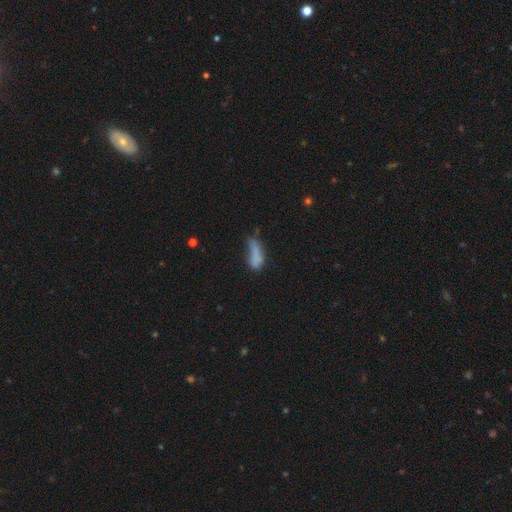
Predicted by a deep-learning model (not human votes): Q: Smooth or featured?
A: smooth (72%); runner-up: featured or disk (17%)
Q: How rounded?
A: in between (62%); runner-up: cigar-shaped (34%)
Q: Merging?
A: minor disturbance (32%); runner-up: none (31%)